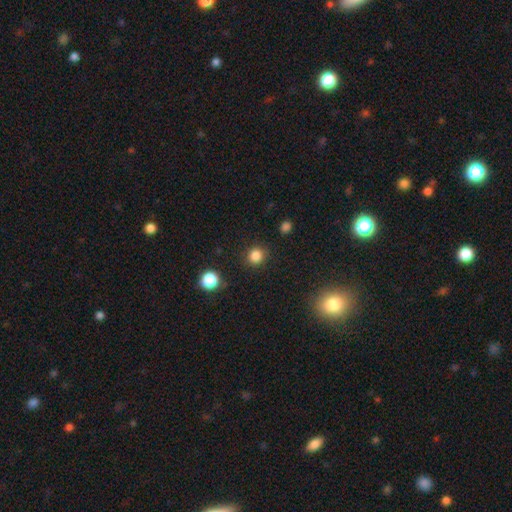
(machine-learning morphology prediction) smooth_or_featured: smooth (p=0.84) [alt: star or artifact p=0.13]
how_rounded: round (p=0.89) [alt: in between p=0.10]
merging: none (p=0.88) [alt: minor disturbance p=0.07]